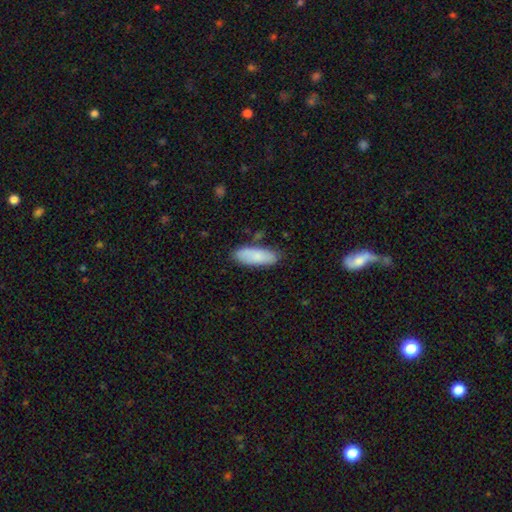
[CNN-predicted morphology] Smooth or featured? smooth (82%)
How rounded? in between (67%)
Merging? none (79%)